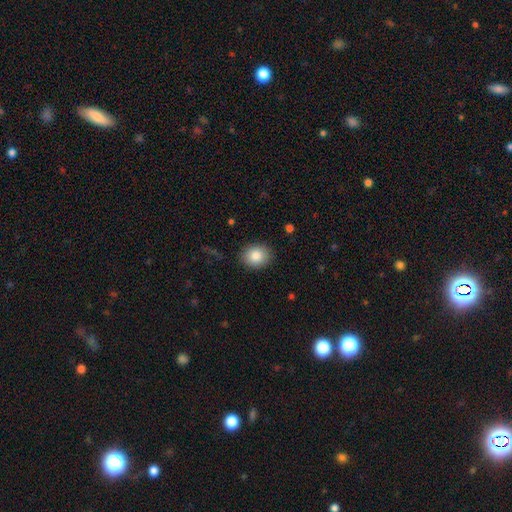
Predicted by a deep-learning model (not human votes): Morphology: type=smooth (86%); roundness=round (57%); merging=none (87%).